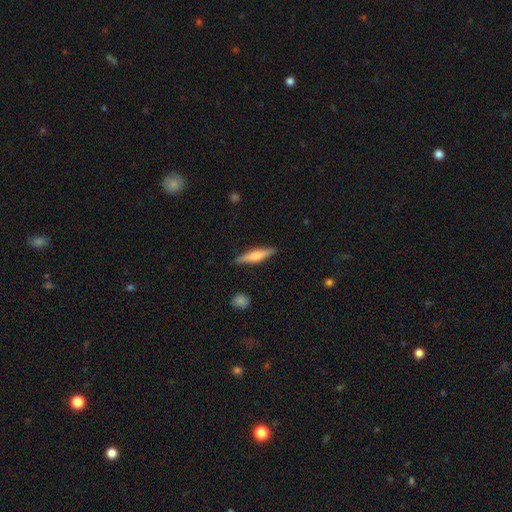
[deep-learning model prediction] featured or disk 51%, smooth 43%, star or artifact 6%. Down the decision tree: edge-on disk — yes (95%); merging — none (89%).